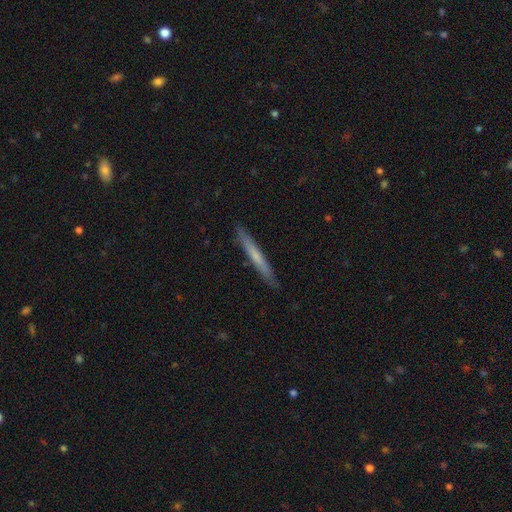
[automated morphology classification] type=smooth (56%); roundness=cigar-shaped (97%); merging=none (90%).